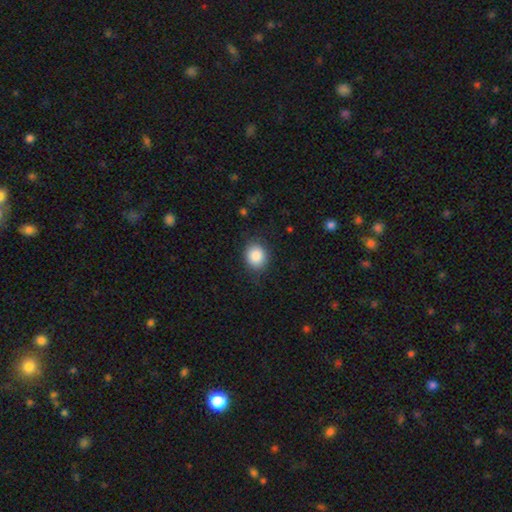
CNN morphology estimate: Overall: smooth (87%). How rounded: round (68%; in between 31%). Merging: none (81%).